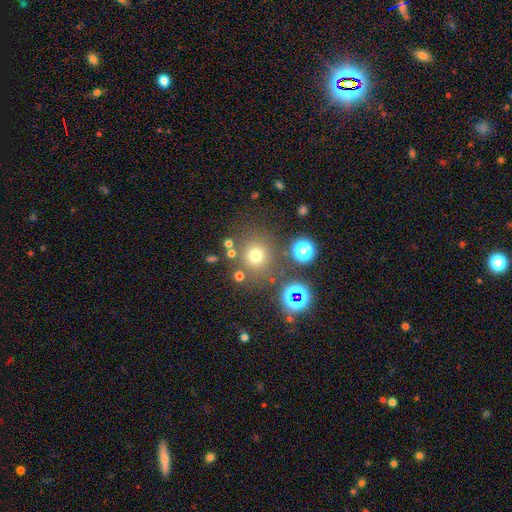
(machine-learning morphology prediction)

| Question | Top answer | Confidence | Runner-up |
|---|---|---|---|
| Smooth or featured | smooth | 68% | star or artifact (23%) |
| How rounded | round | 91% | in between (8%) |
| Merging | none | 79% | minor disturbance (9%) |